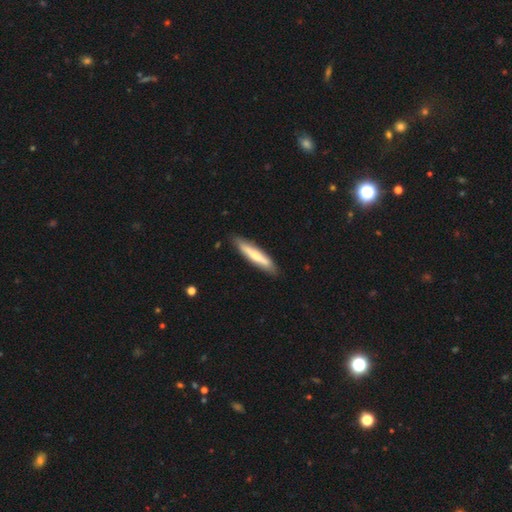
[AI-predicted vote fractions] This is possibly a smooth galaxy (50%). How rounded: clearly cigar-shaped (88%). Merging: clearly none (86%).